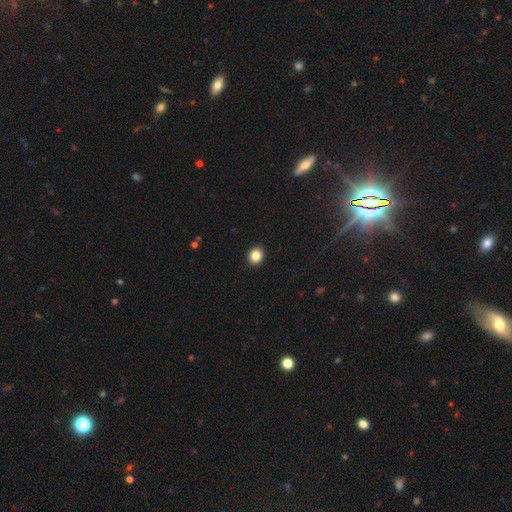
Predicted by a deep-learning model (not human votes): Morphology: type=smooth (85%); roundness=round (75%); merging=none (93%).